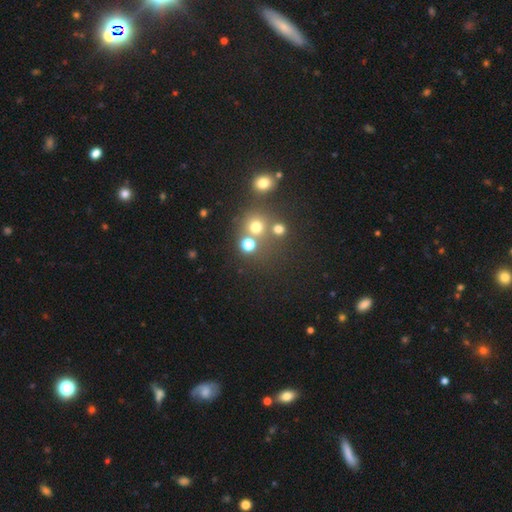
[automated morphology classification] This is possibly a star or artifact rather than a galaxy (47%).